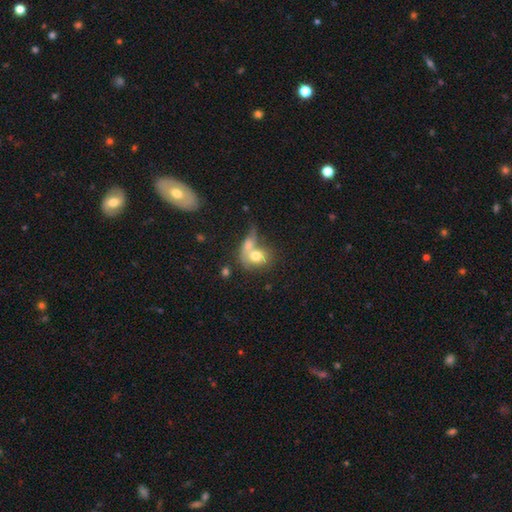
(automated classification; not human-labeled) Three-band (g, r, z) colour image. It shows a smooth galaxy with no disk features (71%) that is in between round and cigar-shaped (50%). Merging: merger (59%).